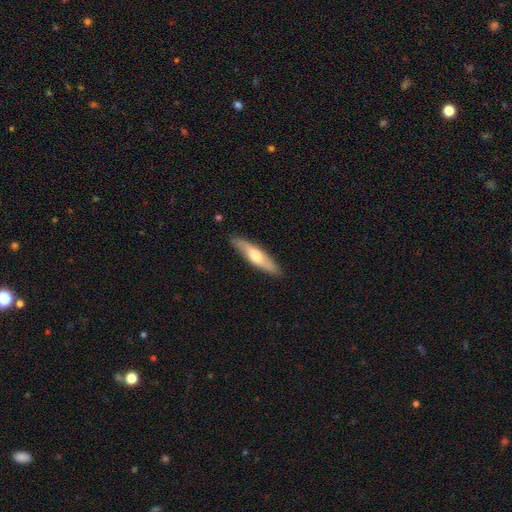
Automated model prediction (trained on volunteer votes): This is possibly a smooth galaxy (55%). How rounded: likely cigar-shaped (77%). Merging: clearly none (87%).